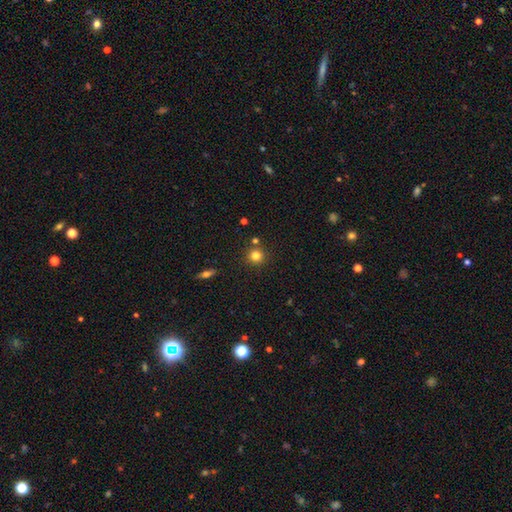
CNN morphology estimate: smooth_or_featured: smooth (p=0.80) [alt: star or artifact p=0.13]
how_rounded: round (p=0.93) [alt: in between p=0.06]
merging: none (p=0.82) [alt: merger p=0.08]